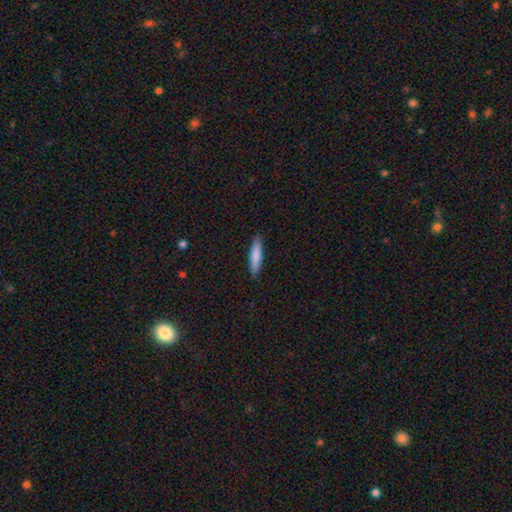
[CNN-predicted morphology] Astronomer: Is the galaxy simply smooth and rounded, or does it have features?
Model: smooth — 80%.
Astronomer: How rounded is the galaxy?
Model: cigar-shaped — 87%.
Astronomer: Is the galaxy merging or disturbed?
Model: none — 90%.